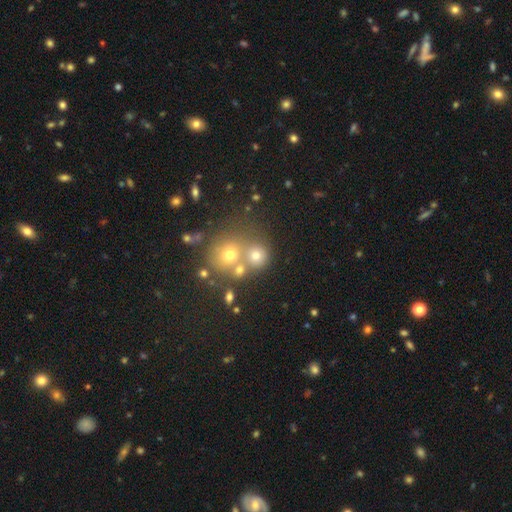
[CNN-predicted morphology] type=smooth (68%); roundness=round (83%); merging=none (51%).